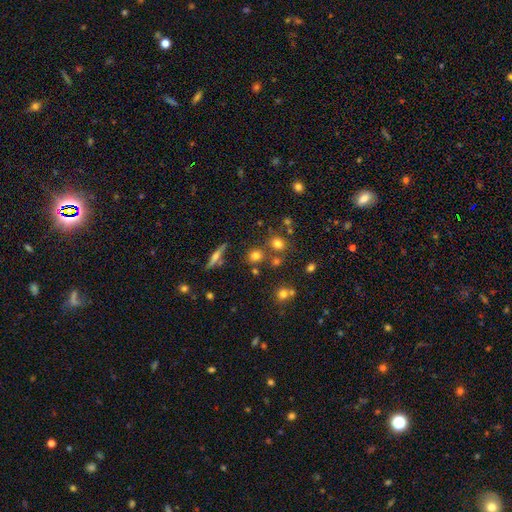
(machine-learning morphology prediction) A smooth galaxy with no disk features (72%) that is round (81%). Merging: none (73%).